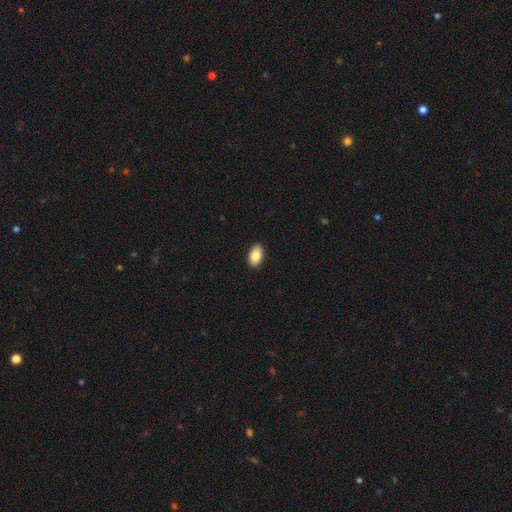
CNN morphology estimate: smooth 84%, featured or disk 10%, star or artifact 7%. Down the decision tree: how rounded — in between (93%); merging — none (90%).